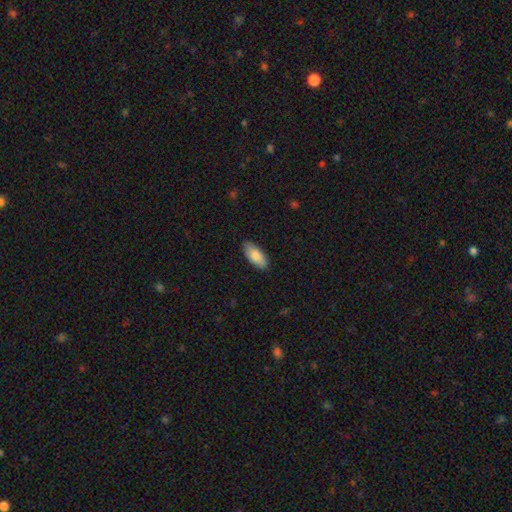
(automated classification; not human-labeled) The model was most divided on "smooth or featured": smooth: 84%, featured or disk: 10%, star or artifact: 6%. More confident: how rounded — in between (88%); merging — none (87%).